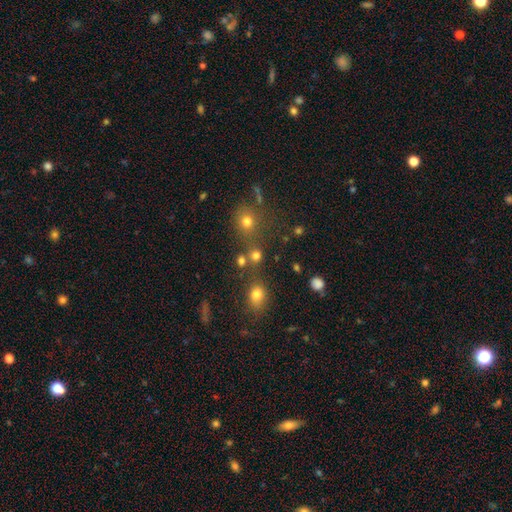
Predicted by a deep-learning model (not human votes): Smooth or featured? smooth (75%)
How rounded? round (84%)
Merging? none (64%)